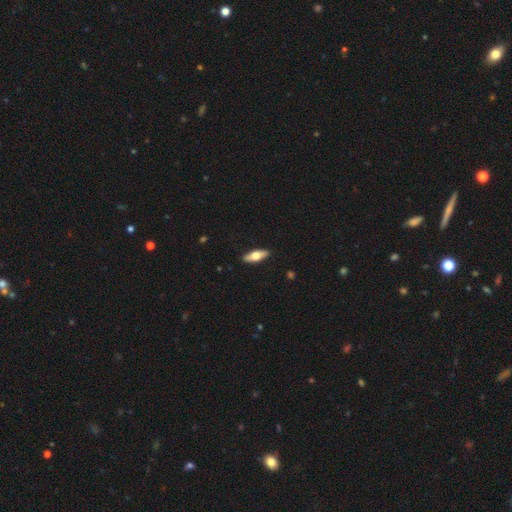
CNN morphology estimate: This appears to be a smooth galaxy with no disk features (56%) that is in between round and cigar-shaped (59%). Merging: none (90%).